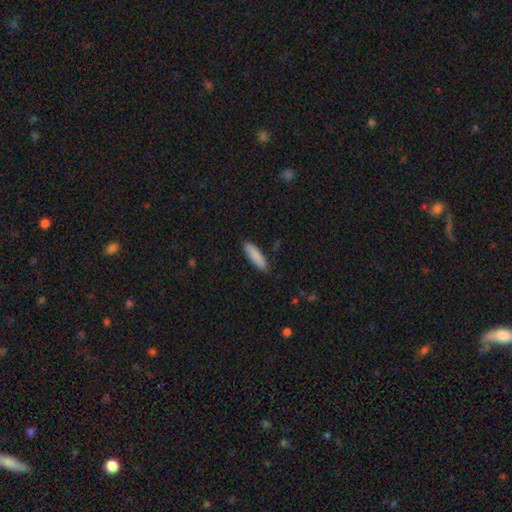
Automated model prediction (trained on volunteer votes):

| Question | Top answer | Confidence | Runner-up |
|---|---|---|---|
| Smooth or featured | smooth | 87% | featured or disk (7%) |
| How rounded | cigar-shaped | 61% | in between (38%) |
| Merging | none | 86% | minor disturbance (11%) |